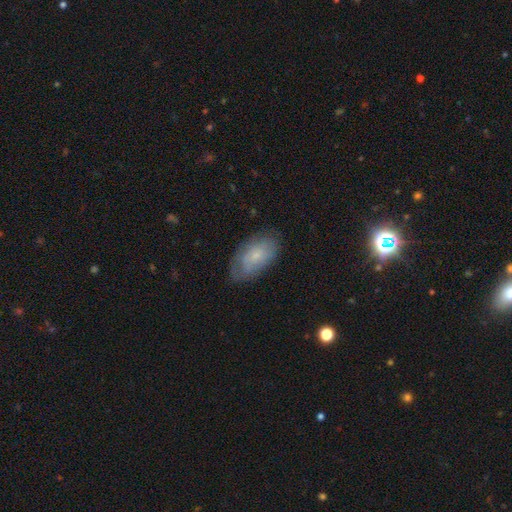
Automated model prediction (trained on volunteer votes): Smooth or featured? smooth (58%)
How rounded? in between (93%)
Merging? none (67%)